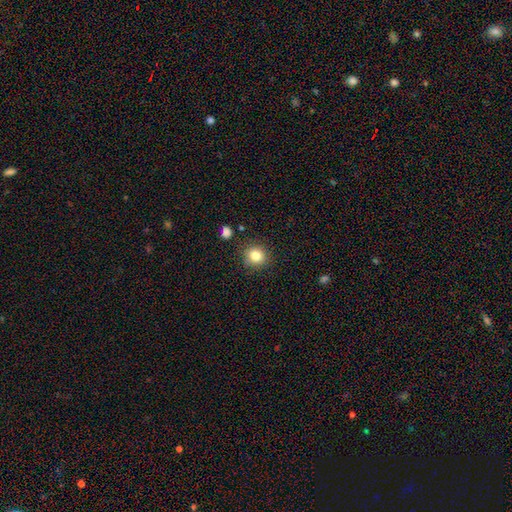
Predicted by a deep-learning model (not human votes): A smooth galaxy with no disk features (82%) that is round (87%). Merging: none (87%).